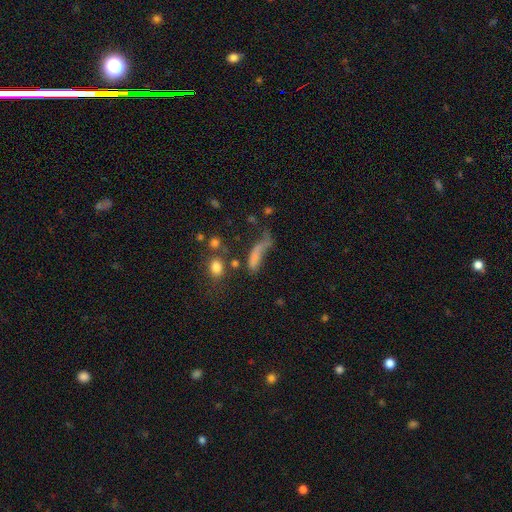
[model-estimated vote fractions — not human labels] A smooth galaxy with no disk features (60%) that is cigar-shaped (50%). Merging: major disturbance (34%).